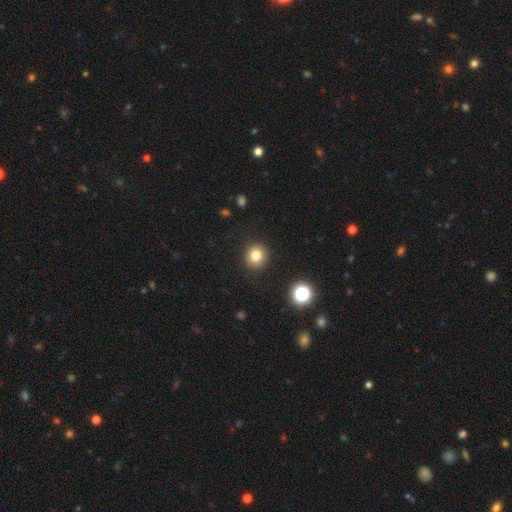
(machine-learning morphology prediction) Q: Smooth or featured?
A: smooth (81%); runner-up: star or artifact (12%)
Q: How rounded?
A: round (87%); runner-up: in between (12%)
Q: Merging?
A: none (91%); runner-up: minor disturbance (6%)